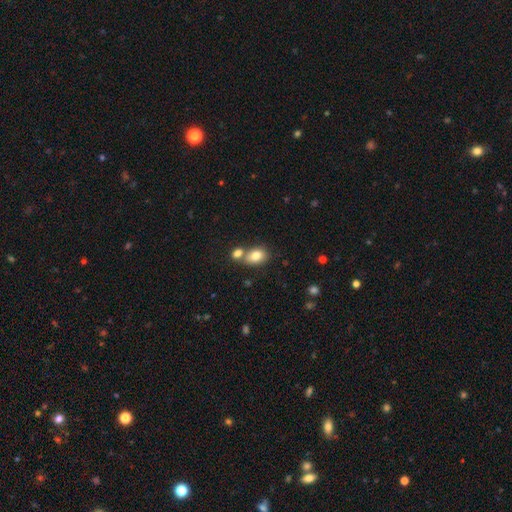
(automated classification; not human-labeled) Smooth or featured?
  - smooth: 81% *
  - featured or disk: 10%
  - star or artifact: 9%
How rounded?
  - in between: 73% *
  - round: 26%
  - cigar-shaped: 1%
Merging?
  - none: 51% *
  - merger: 35%
  - minor disturbance: 11%
  - major disturbance: 3%